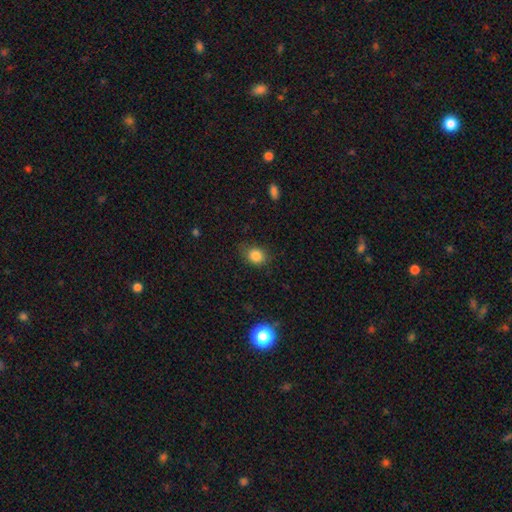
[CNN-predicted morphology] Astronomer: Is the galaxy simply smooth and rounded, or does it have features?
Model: smooth — 84%.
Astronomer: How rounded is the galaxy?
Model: round — 56% (runner-up: in between, 43%).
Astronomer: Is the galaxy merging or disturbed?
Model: none — 75%.